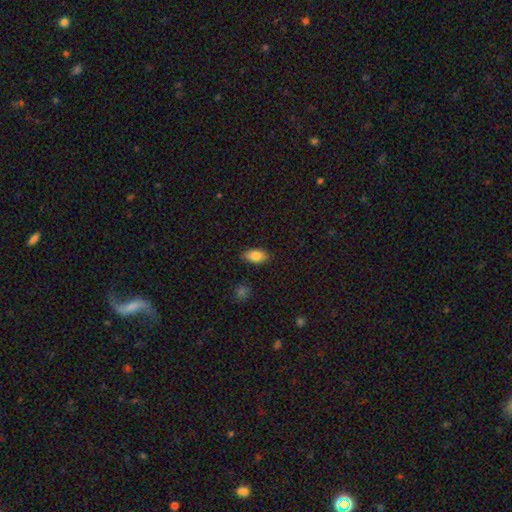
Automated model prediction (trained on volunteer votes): smooth-or-featured: smooth: 84% | featured or disk: 8% | star or artifact: 8%
  how-rounded: in between: 90% | round: 5% | cigar-shaped: 5%
  merging: none: 87% | minor disturbance: 10% | major disturbance: 2% | merger: 1%